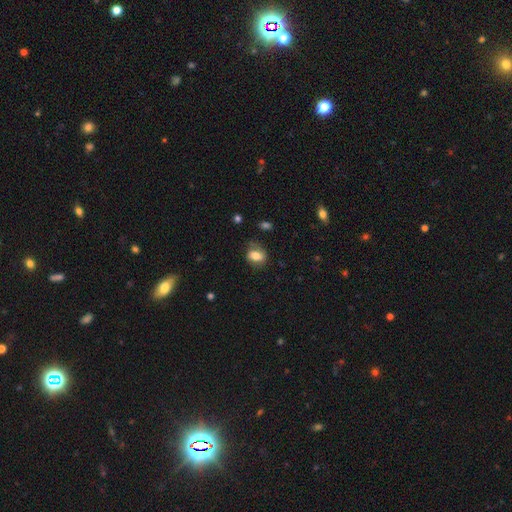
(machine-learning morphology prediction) Smooth or featured? Predicted: smooth (p=0.67). How rounded? Predicted: in between (p=0.64). Merging? Predicted: none (p=0.63).